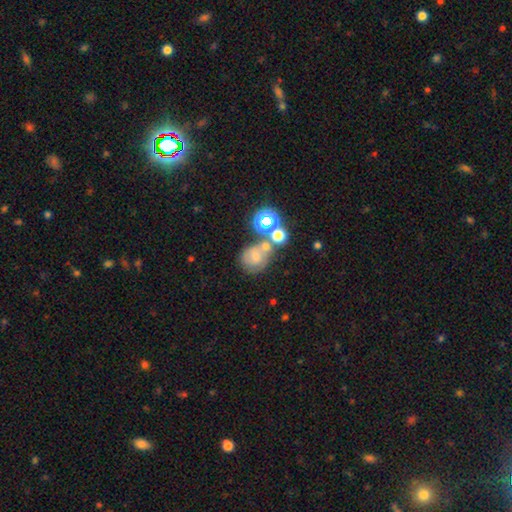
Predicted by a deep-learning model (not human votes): Q: Smooth or featured?
A: smooth (42%); runner-up: featured or disk (30%)
Q: Merging?
A: none (49%); runner-up: merger (27%)